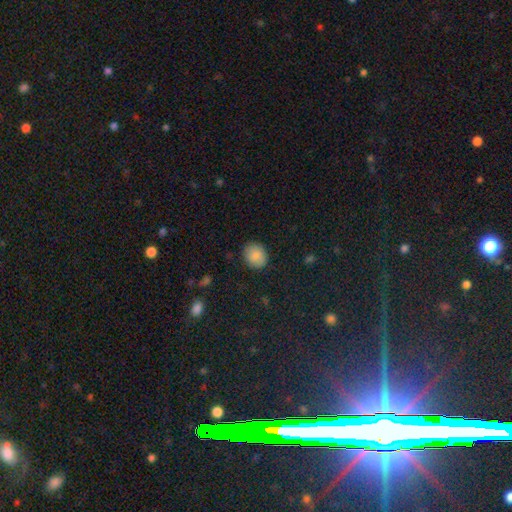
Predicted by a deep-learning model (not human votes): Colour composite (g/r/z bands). It shows a smooth galaxy with no disk features (87%) that is round (67%). Merging: none (87%).